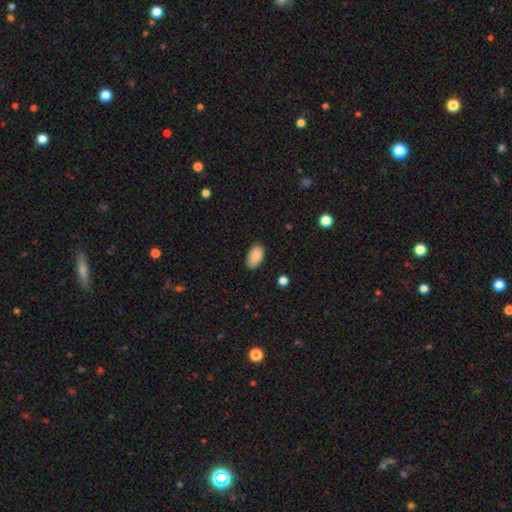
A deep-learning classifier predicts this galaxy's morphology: type=smooth (88%); roundness=in between (94%); merging=none (83%).